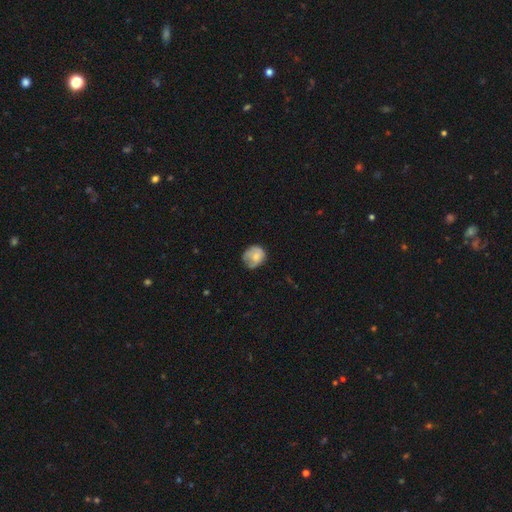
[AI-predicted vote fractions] A smooth galaxy with no disk features (68%) that is round (71%). Merging: none (52%).